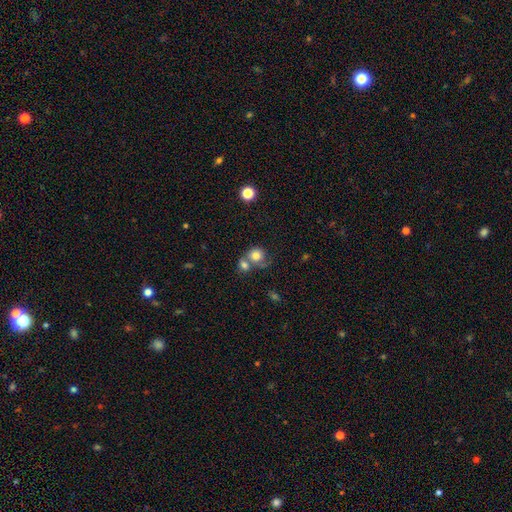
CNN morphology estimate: smooth_or_featured: smooth (p=0.77) [alt: featured or disk p=0.14]
how_rounded: round (p=0.78) [alt: in between p=0.21]
merging: merger (p=0.50) [alt: none p=0.31]